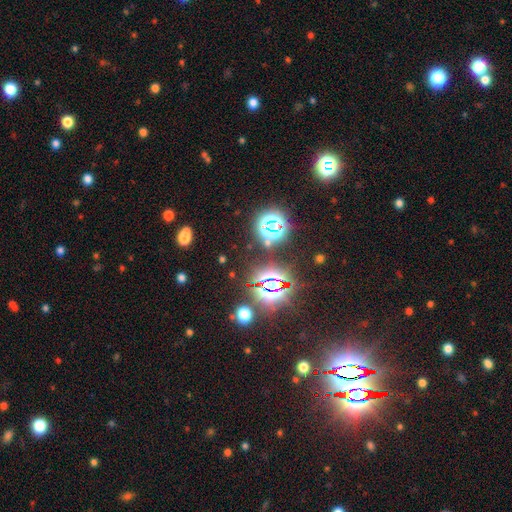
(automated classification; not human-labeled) A star or artifact, not a galaxy (81%).

Vote fractions:
- Smooth or featured? star or artifact: 81% / smooth: 13% / featured or disk: 7%